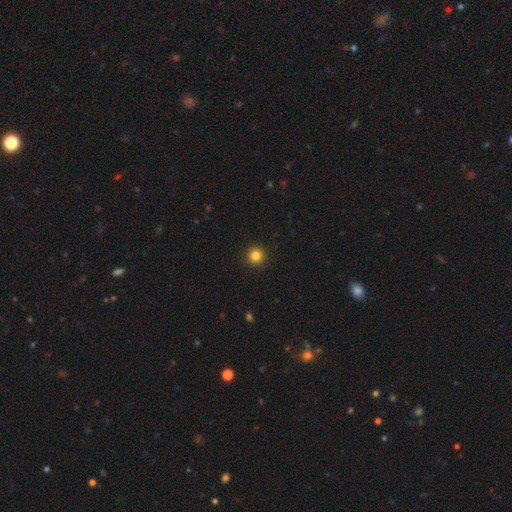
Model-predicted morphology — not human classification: The model was most divided on "smooth or featured": smooth: 84%, star or artifact: 12%, featured or disk: 4%. More confident: how rounded — round (96%); merging — none (93%).